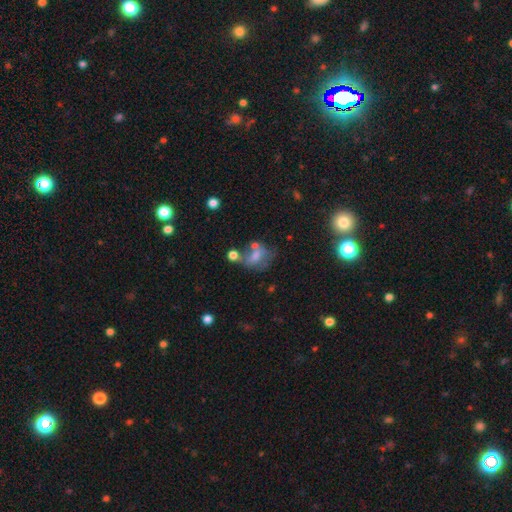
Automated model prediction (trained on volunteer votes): Morphology: type=smooth (49%); merging=none (30%).